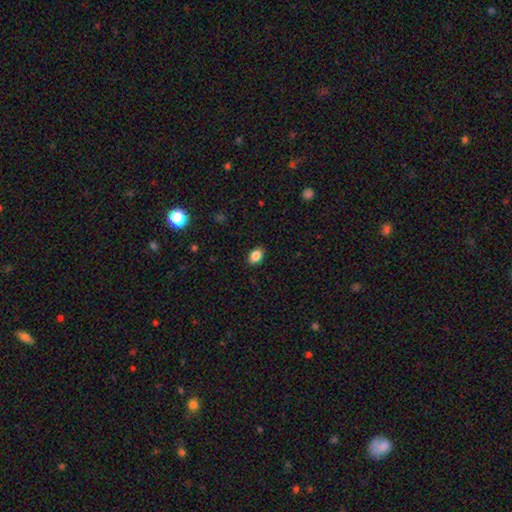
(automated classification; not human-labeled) Smooth or featured: smooth — 86% (star or artifact — 9%)
How rounded: in between — 79% (round — 20%)
Merging: none — 89% (minor disturbance — 9%)